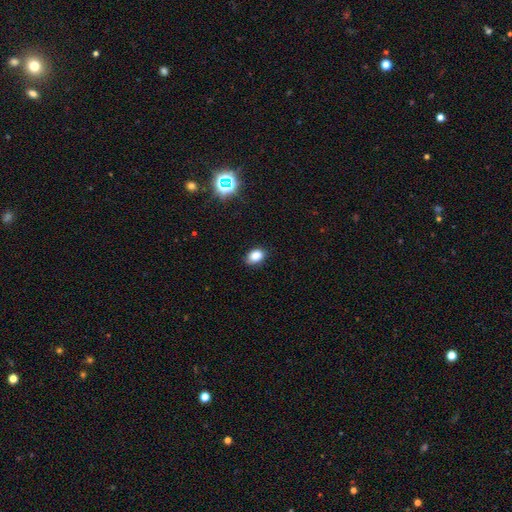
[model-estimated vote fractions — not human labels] smooth 84%, star or artifact 11%, featured or disk 5%. Down the decision tree: how rounded — in between (77%); merging — none (80%).